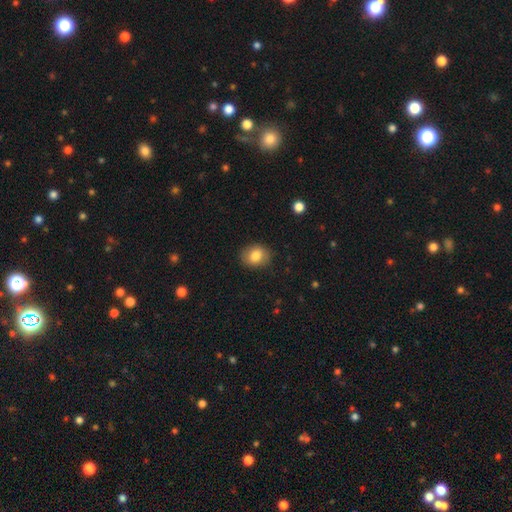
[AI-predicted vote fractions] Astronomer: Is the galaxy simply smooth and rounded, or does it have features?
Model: smooth — 83%.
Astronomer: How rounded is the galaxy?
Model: in between — 53% (runner-up: round, 46%).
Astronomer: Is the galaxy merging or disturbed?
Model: none — 85%.